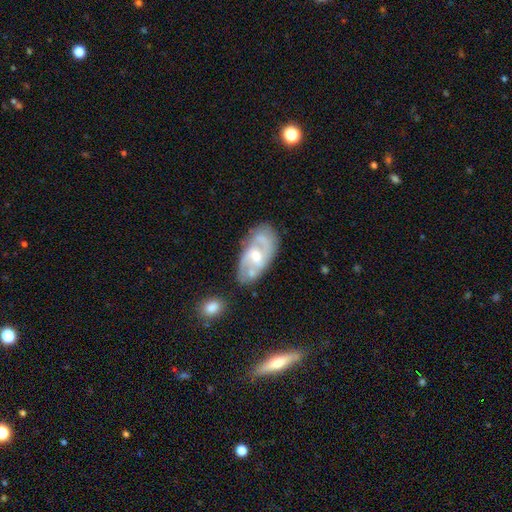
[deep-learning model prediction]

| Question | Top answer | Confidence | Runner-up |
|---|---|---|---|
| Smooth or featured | featured or disk | 77% | smooth (17%) |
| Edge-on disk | no | 95% | yes (5%) |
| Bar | weak | 50% | no (35%) |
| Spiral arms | yes | 88% | no (12%) |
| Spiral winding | medium | 49% | tight (27%) |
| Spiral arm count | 2 | 69% | can't tell (16%) |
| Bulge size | moderate | 50% | small (45%) |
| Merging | none | 64% | minor disturbance (20%) |